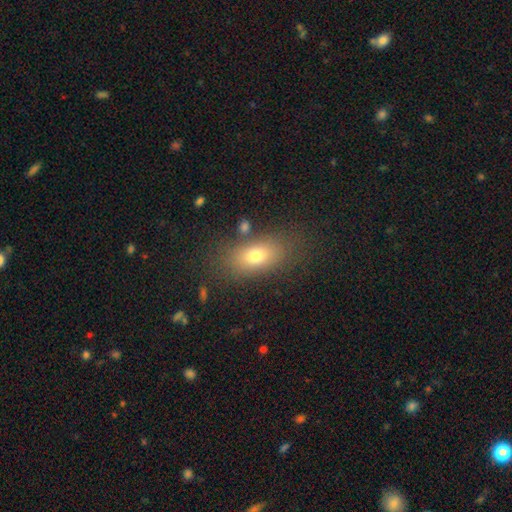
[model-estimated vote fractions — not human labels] Overall: smooth (73%). How rounded: in between (82%). Merging: none (77%).